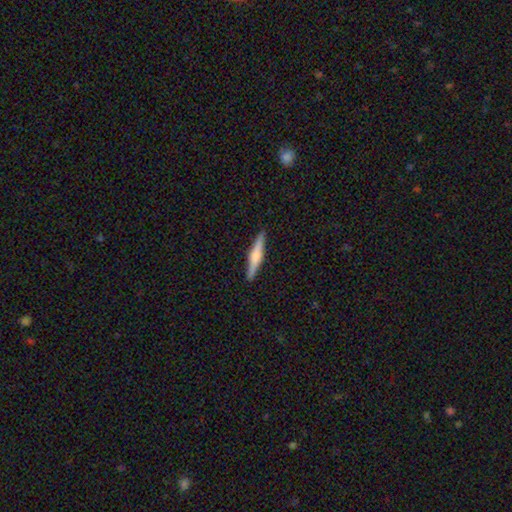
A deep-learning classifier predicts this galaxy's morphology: The model was most divided on "smooth or featured": featured or disk: 53%, smooth: 41%, star or artifact: 6%. More confident: edge-on disk — yes (97%); merging — none (91%); edge-on bulge — rounded (68%).